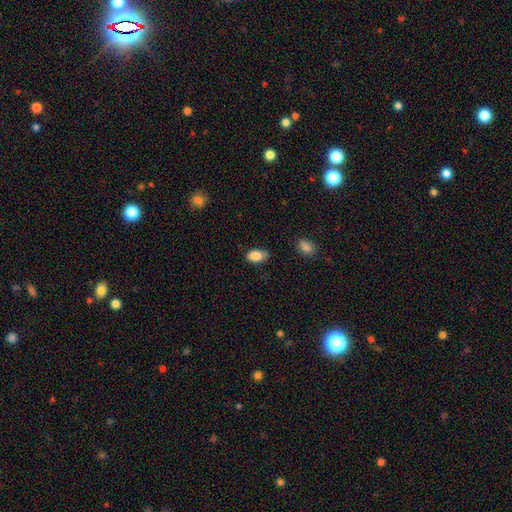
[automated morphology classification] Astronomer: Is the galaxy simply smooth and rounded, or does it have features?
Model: smooth — 87%.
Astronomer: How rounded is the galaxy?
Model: in between — 88%.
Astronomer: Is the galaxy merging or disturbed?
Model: none — 72%.